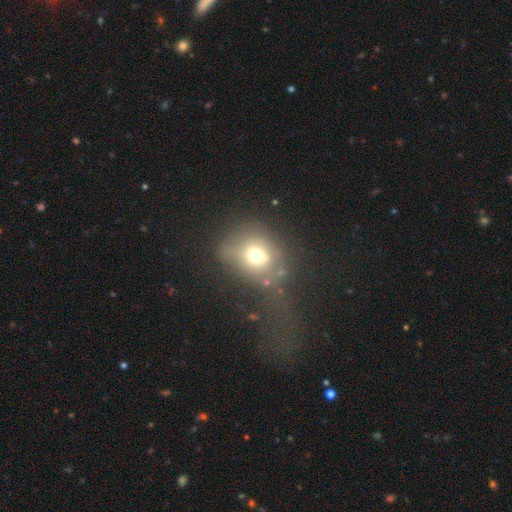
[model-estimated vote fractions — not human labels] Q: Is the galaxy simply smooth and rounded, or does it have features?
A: smooth — 65%.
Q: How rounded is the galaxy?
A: round — 66%.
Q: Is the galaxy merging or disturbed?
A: major disturbance — 36%.